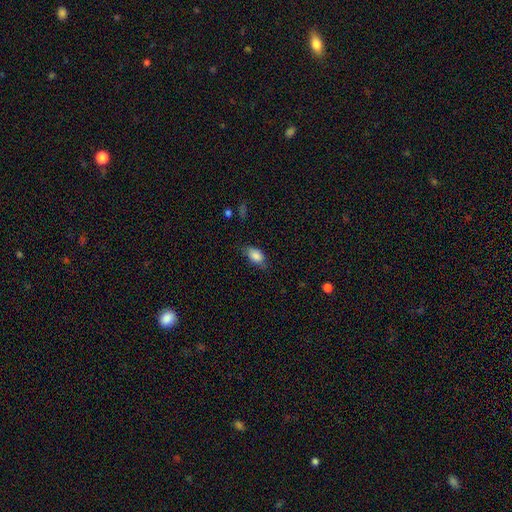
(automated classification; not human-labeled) This appears to be a smooth galaxy with no disk features (84%) that is in between round and cigar-shaped (89%). Merging: none (66%).